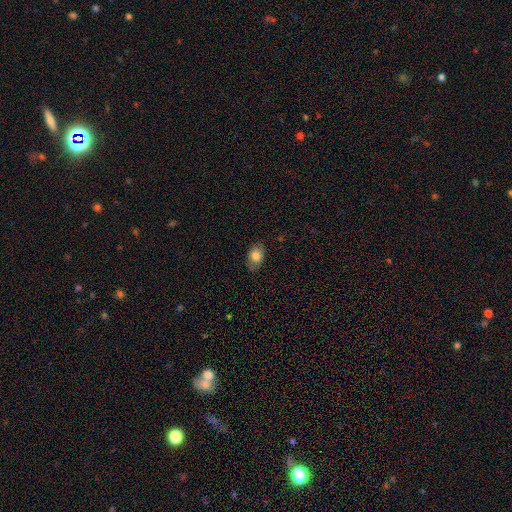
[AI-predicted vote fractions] This is likely a smooth galaxy (76%). How rounded: clearly in between (84%). Merging: likely none (77%).